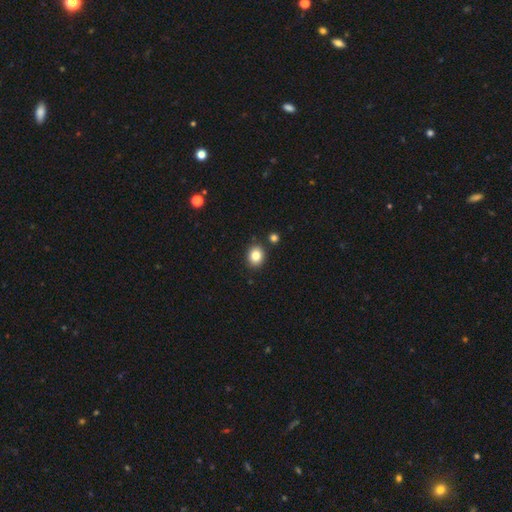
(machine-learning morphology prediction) Smooth or featured?
  - smooth: 84% *
  - star or artifact: 10%
  - featured or disk: 6%
How rounded?
  - round: 58% *
  - in between: 41%
  - cigar-shaped: 1%
Merging?
  - none: 86% *
  - minor disturbance: 8%
  - merger: 4%
  - major disturbance: 2%